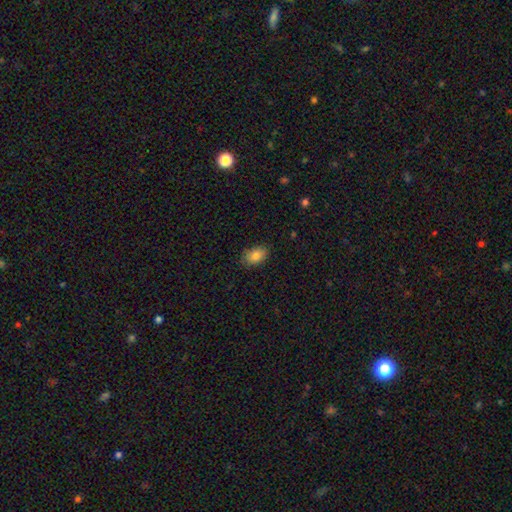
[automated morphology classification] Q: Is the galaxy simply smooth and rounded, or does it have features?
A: smooth — 83%.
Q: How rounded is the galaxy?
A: in between — 88%.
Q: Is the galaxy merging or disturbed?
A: none — 82%.